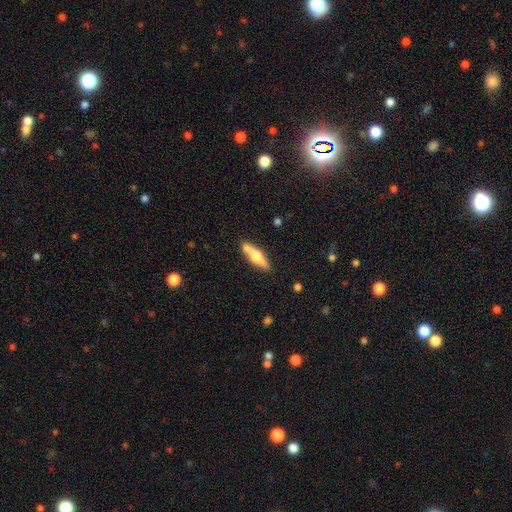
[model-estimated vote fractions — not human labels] Morphology: type=smooth (50%); roundness=cigar-shaped (61%); merging=none (67%).